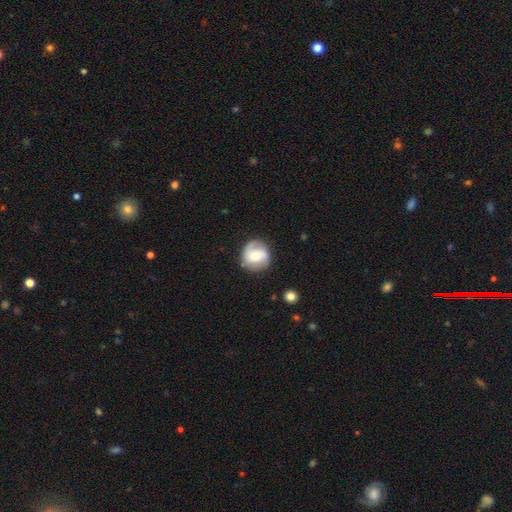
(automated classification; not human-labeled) smooth_or_featured: featured or disk (p=0.56) [alt: smooth p=0.37]
disk_edge_on: no (p=0.97) [alt: yes p=0.03]
bar: no (p=0.47) [alt: weak p=0.38]
has_spiral_arms: yes (p=0.83) [alt: no p=0.17]
bulge_size: moderate (p=0.61) [alt: small p=0.30]
merging: none (p=0.77) [alt: minor disturbance p=0.15]